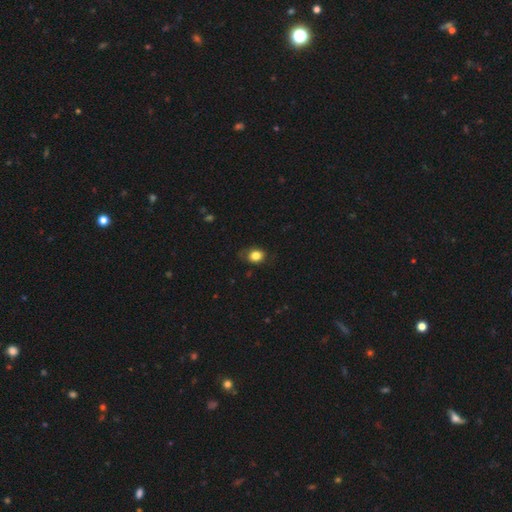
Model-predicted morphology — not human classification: Overall: smooth (82%). How rounded: in between (52%; round 47%). Merging: none (74%).